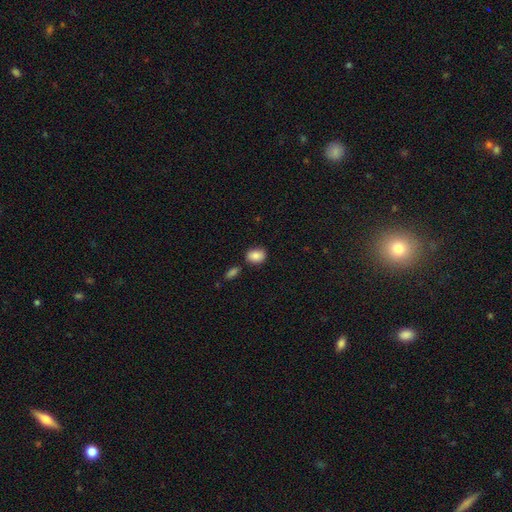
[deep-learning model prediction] Smooth or featured? smooth (87%)
How rounded? in between (70%)
Merging? none (77%)